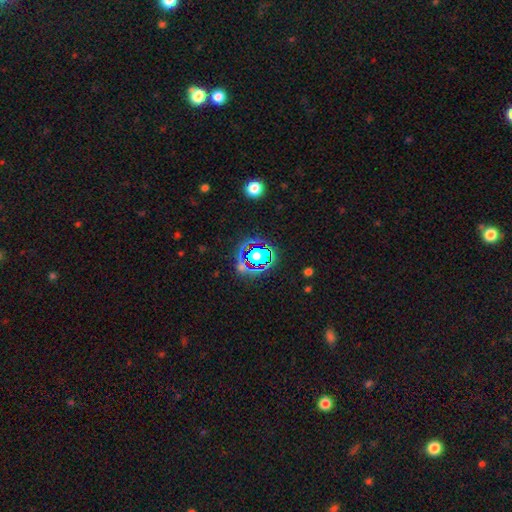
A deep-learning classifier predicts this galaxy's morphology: smooth-or-featured: star or artifact: 54% | smooth: 32% | featured or disk: 14%